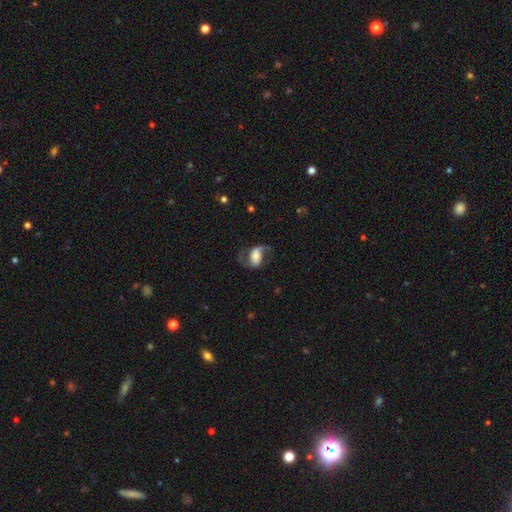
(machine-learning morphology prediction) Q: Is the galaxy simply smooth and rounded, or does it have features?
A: featured or disk — 72%.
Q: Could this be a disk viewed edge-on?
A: no — 97%.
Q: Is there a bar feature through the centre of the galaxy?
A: weak — 38%.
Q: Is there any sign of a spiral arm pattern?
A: yes — 91%.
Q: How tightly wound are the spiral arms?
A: loose — 50%.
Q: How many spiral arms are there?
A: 2 — 84%.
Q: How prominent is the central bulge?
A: large — 31%.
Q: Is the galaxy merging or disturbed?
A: none — 59%.